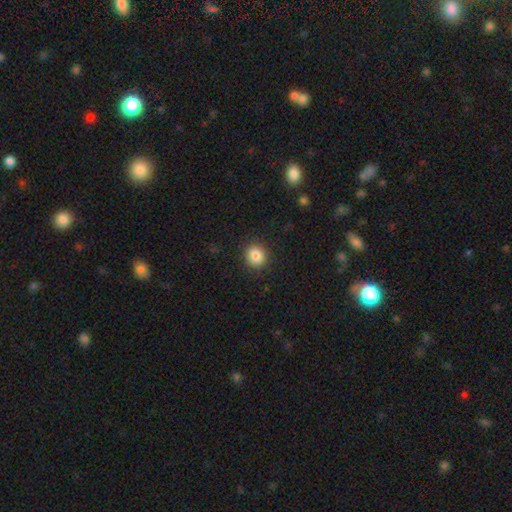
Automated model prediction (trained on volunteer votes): Morphology: type=smooth (83%); roundness=round (85%); merging=none (90%).